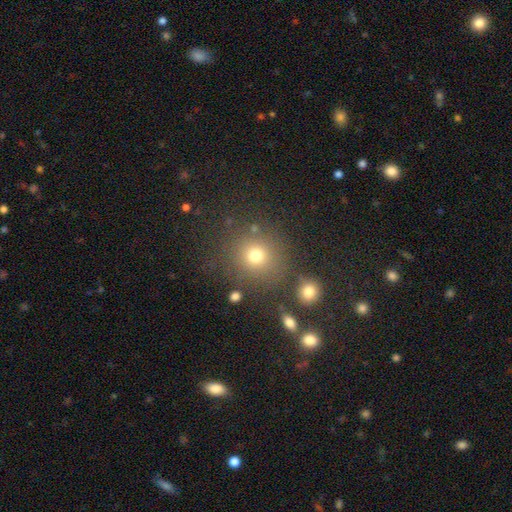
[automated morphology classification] smooth-or-featured: smooth: 74% | star or artifact: 18% | featured or disk: 8%
  how-rounded: round: 89% | in between: 10% | cigar-shaped: 1%
  merging: none: 79% | minor disturbance: 9% | merger: 7% | major disturbance: 5%